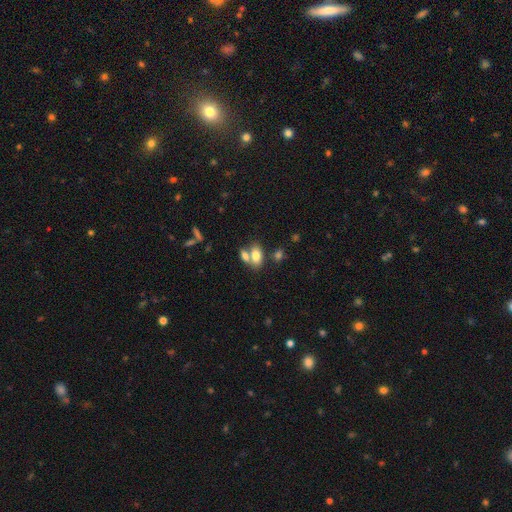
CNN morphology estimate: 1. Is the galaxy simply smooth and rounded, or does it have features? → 78% smooth, 14% featured or disk, 8% star or artifact.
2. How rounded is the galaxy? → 89% in between, 8% round, 3% cigar-shaped.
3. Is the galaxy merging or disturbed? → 46% merger, 40% none, 10% minor disturbance, 4% major disturbance.